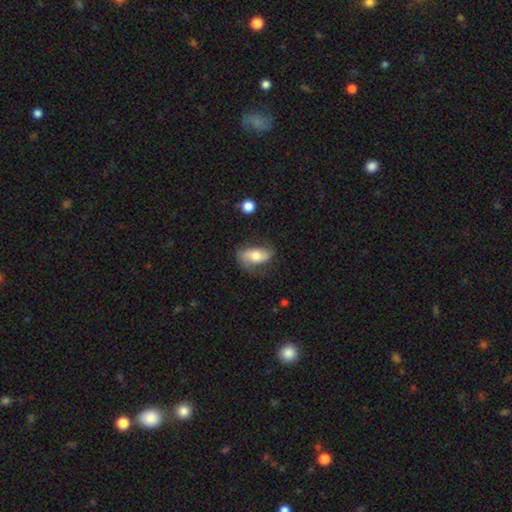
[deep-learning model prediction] Smooth or featured? Predicted: smooth (p=0.49). Merging? Predicted: none (p=0.61).